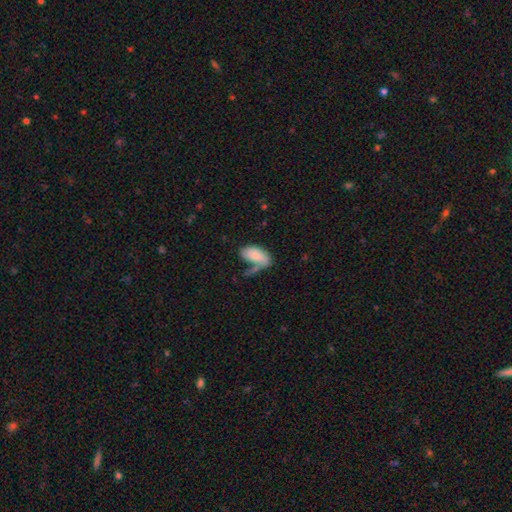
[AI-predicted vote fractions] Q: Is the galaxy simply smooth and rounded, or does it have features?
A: smooth — 70%.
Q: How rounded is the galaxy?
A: in between — 92%.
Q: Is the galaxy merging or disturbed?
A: none — 34%.